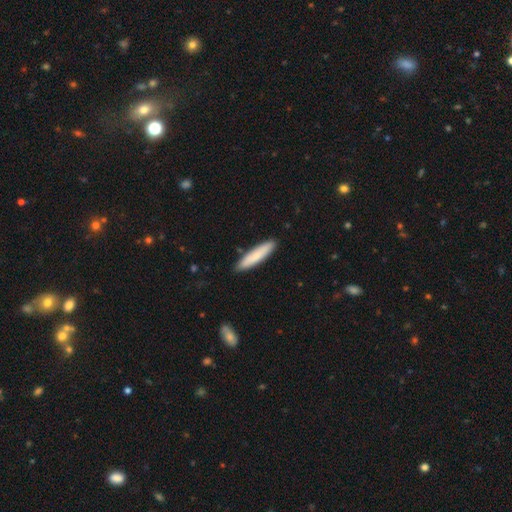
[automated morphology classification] smooth_or_featured: smooth (p=0.80) [alt: featured or disk p=0.14]
how_rounded: cigar-shaped (p=0.84) [alt: in between p=0.15]
merging: none (p=0.88) [alt: minor disturbance p=0.09]